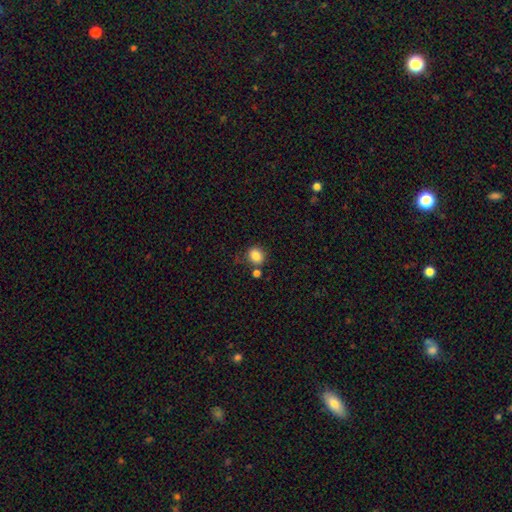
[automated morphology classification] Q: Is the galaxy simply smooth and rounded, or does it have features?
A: smooth — 85%.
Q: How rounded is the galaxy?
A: round — 65%.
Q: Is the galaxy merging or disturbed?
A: none — 70%.